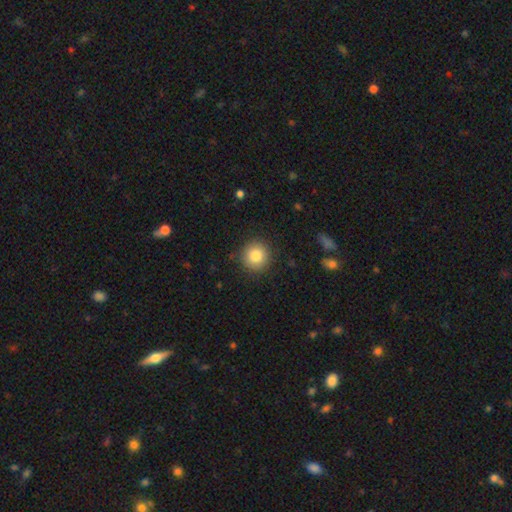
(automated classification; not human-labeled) smooth_or_featured: smooth (p=0.83) [alt: star or artifact p=0.10]
how_rounded: round (p=0.93) [alt: in between p=0.06]
merging: none (p=0.89) [alt: minor disturbance p=0.07]